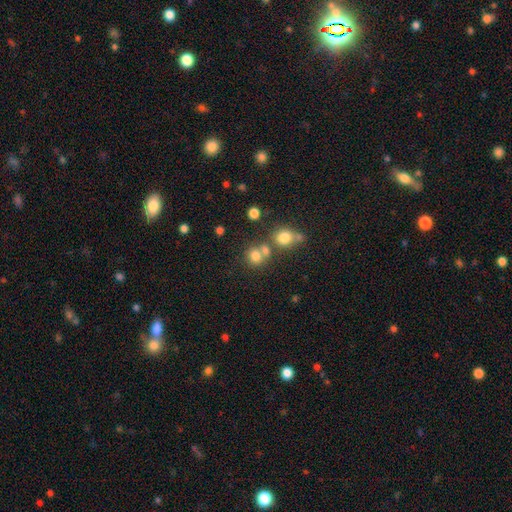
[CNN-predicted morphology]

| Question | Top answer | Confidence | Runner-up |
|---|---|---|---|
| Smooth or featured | smooth | 75% | star or artifact (15%) |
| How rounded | round | 80% | in between (19%) |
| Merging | none | 51% | merger (35%) |